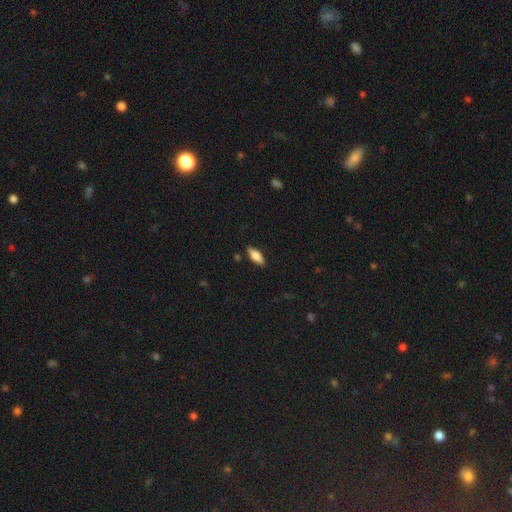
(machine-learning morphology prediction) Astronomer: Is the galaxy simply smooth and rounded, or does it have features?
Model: smooth — 75%.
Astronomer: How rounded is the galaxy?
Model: in between — 73%.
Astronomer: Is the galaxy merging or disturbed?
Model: none — 87%.